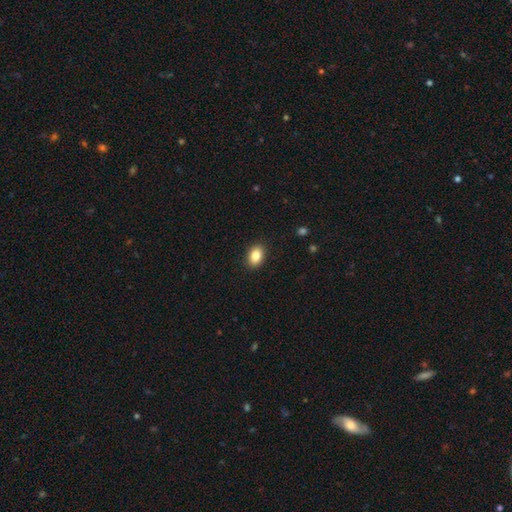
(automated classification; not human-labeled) smooth 86%, star or artifact 8%, featured or disk 6%. Down the decision tree: how rounded — in between (79%); merging — none (90%).